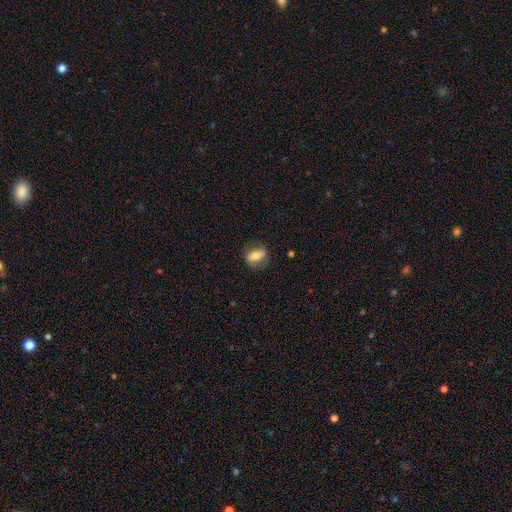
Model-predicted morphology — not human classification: The model was most divided on "smooth or featured": smooth: 59%, featured or disk: 33%, star or artifact: 8%. More confident: how rounded — in between (75%); merging — none (72%).